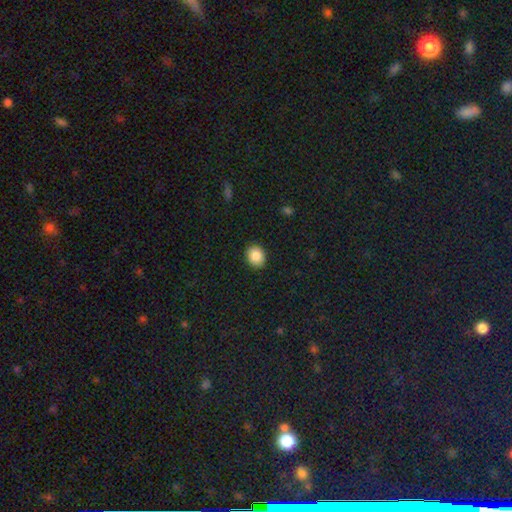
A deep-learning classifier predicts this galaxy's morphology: A smooth galaxy with no disk features (88%) that is round (61%).

Vote fractions:
- Smooth or featured? smooth: 88% / star or artifact: 8% / featured or disk: 4%
- How rounded? round: 61% / in between: 38% / cigar-shaped: 1%
- Merging? none: 90% / minor disturbance: 7% / major disturbance: 2% / merger: 1%